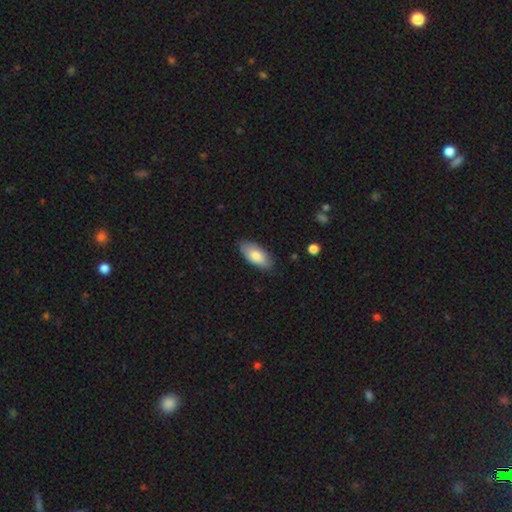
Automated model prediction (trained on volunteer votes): Morphology: type=smooth (80%); roundness=in between (92%); merging=none (82%).